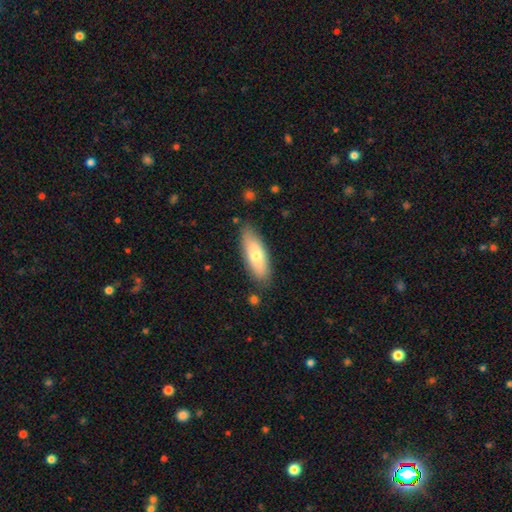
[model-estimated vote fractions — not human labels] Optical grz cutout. It shows a smooth galaxy with no disk features (66%) that is in between round and cigar-shaped (63%). Merging: none (80%).